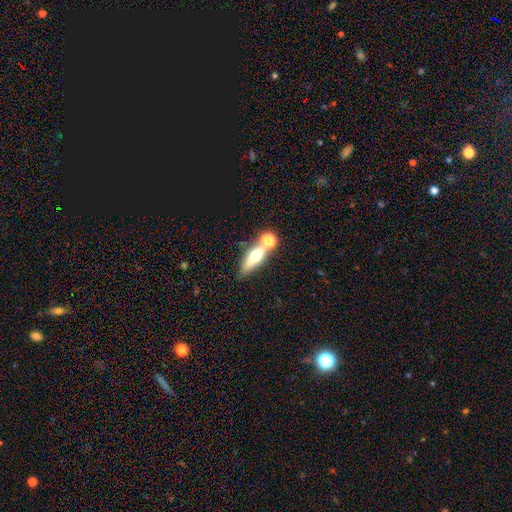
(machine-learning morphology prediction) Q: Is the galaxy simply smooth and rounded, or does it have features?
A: smooth — 47%.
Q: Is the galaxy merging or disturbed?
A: none — 53%.